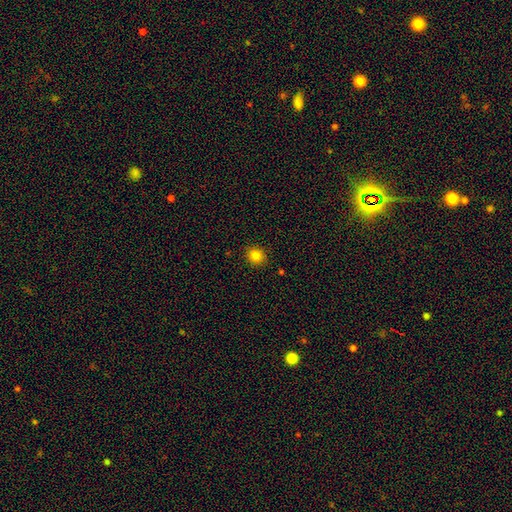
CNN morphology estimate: A smooth galaxy with no disk features (82%) that is round (84%).

Vote fractions:
- Smooth or featured? smooth: 82% / star or artifact: 13% / featured or disk: 5%
- How rounded? round: 84% / in between: 15% / cigar-shaped: 1%
- Merging? none: 91% / minor disturbance: 6% / major disturbance: 2% / merger: 1%